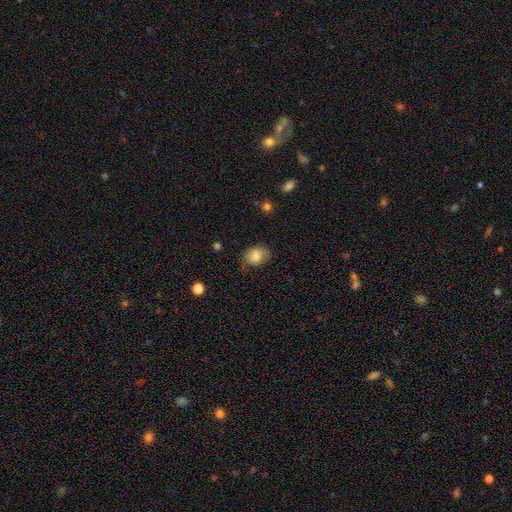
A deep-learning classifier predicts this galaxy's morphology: Q: Smooth or featured?
A: smooth (81%); runner-up: featured or disk (11%)
Q: How rounded?
A: in between (64%); runner-up: round (35%)
Q: Merging?
A: none (70%); runner-up: minor disturbance (23%)